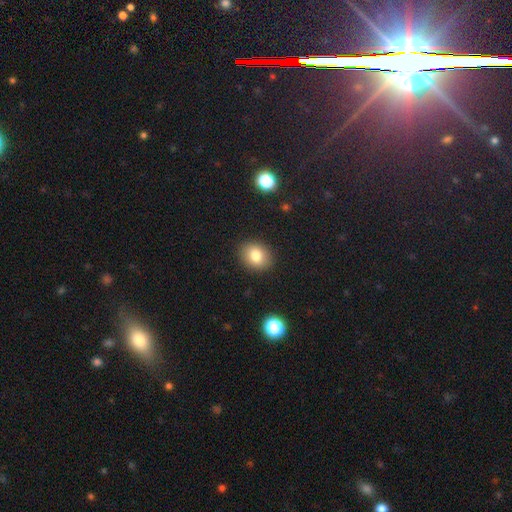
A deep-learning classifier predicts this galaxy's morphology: Smooth or featured? Predicted: smooth (p=0.81). How rounded? Predicted: round (p=0.50). Merging? Predicted: none (p=0.89).